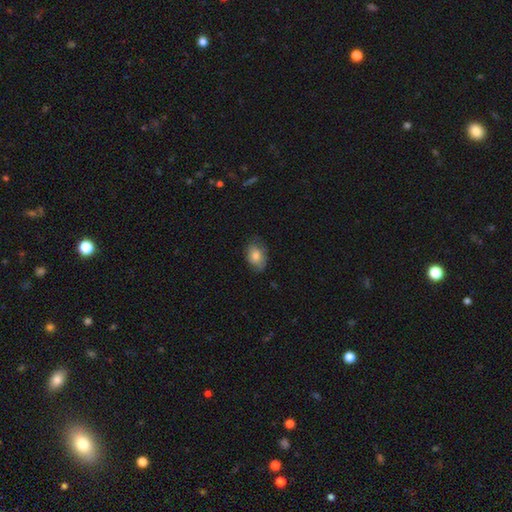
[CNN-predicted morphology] smooth_or_featured: smooth (p=0.78) [alt: featured or disk p=0.15]
how_rounded: in between (p=0.84) [alt: round p=0.15]
merging: none (p=0.69) [alt: minor disturbance p=0.24]